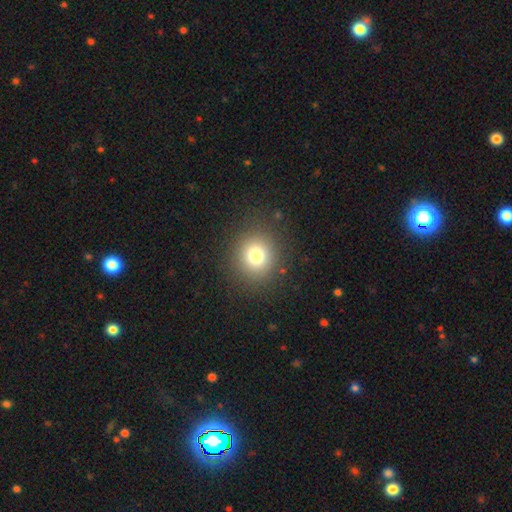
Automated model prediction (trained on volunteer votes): Smooth or featured? smooth (77%)
How rounded? round (90%)
Merging? none (88%)